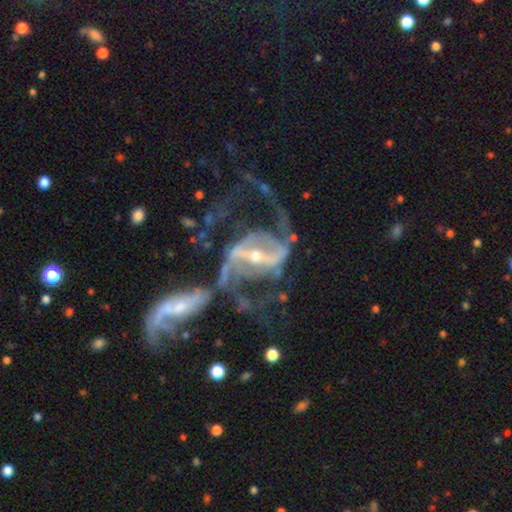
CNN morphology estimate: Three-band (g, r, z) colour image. It shows a featured or disk galaxy (90%) with a strong bar (60%), 2 (79%) loose (42%) spiral arms (95%) and a small central bulge (57%). Merging: merger (44%).